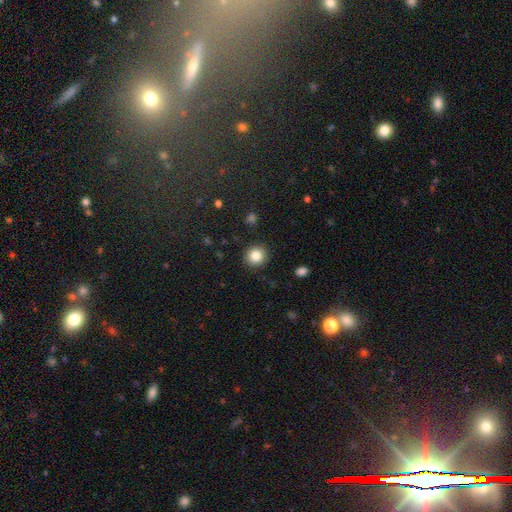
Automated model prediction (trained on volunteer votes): Smooth or featured: smooth — 85% (star or artifact — 10%)
How rounded: round — 90% (in between — 9%)
Merging: none — 90% (minor disturbance — 6%)